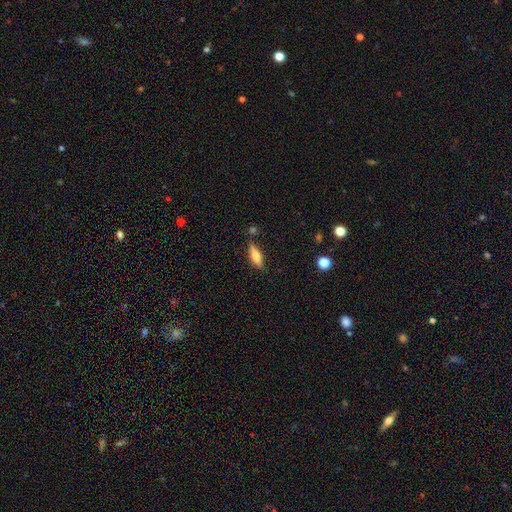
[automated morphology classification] smooth-or-featured: smooth: 60% | featured or disk: 33% | star or artifact: 7%
  how-rounded: cigar-shaped: 53% | in between: 44% | round: 3%
  merging: none: 80% | minor disturbance: 13% | merger: 4% | major disturbance: 3%